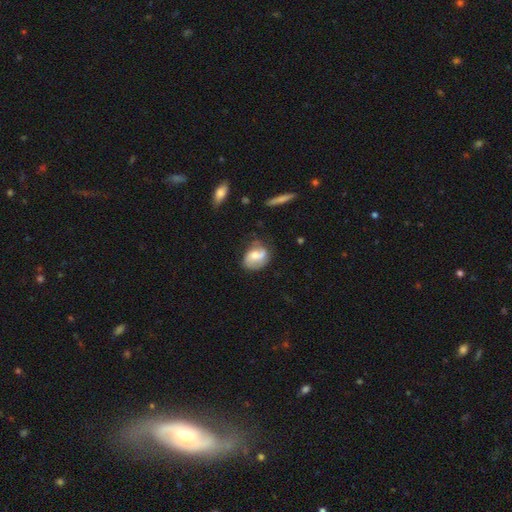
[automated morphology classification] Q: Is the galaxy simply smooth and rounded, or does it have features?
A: featured or disk — 49%.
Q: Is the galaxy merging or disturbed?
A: none — 55%.